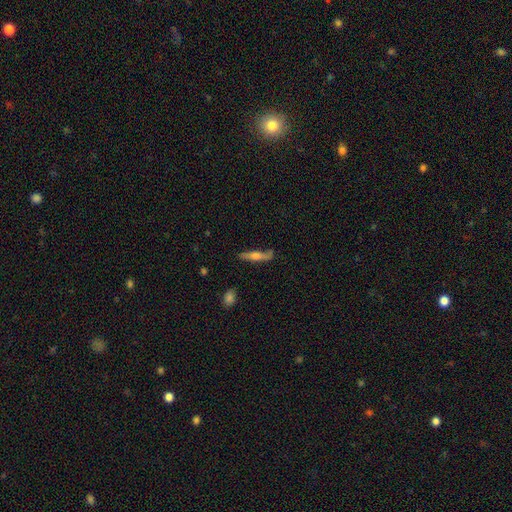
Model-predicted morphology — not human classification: Overall: featured or disk (53%; smooth 41%). Edge-on disk: yes (86%). Merging: none (75%).